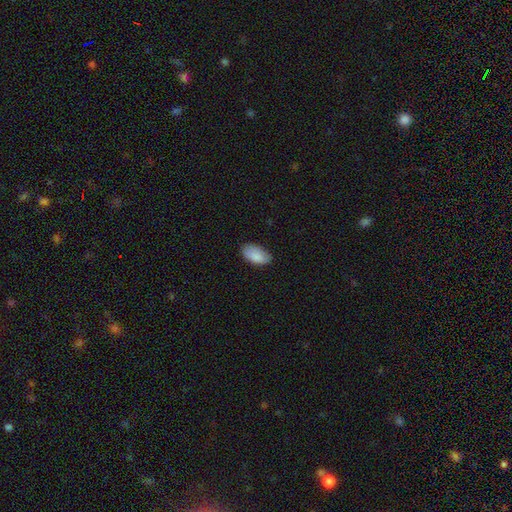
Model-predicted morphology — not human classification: Overall: smooth (87%). How rounded: in between (95%). Merging: none (75%).